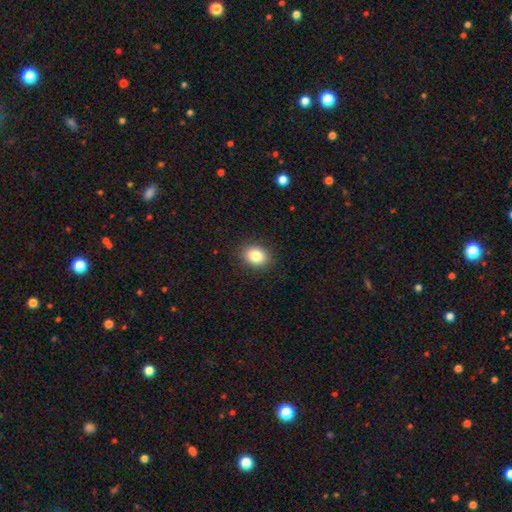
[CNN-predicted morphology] Overall: smooth (84%). How rounded: in between (56%; round 44%). Merging: none (89%).